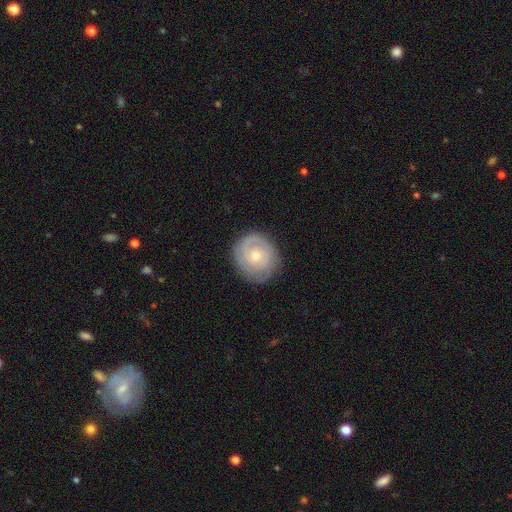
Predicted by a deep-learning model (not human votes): This is likely a featured or disk galaxy (68%). It is clearly not viewed edge-on (97%). Bar: clearly no (80%). Spiral arm pattern: clearly yes (84%). Spiral arm count: marginally can't tell (36%, tied with 2). Spiral winding: likely tight (73%). Central bulge: possibly small (52%). Merging: clearly none (81%).